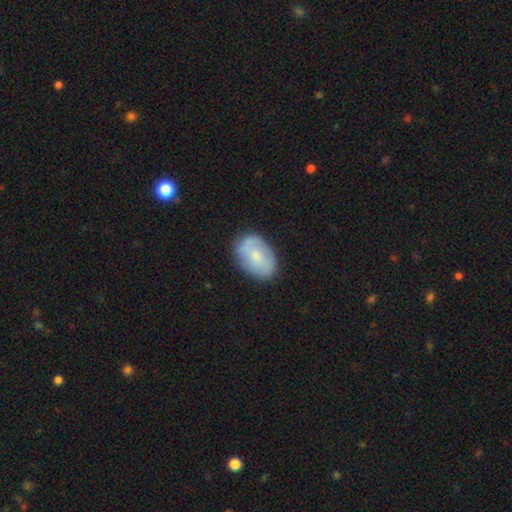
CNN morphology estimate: This is likely a smooth galaxy (62%). How rounded: clearly in between (86%). Merging: likely none (77%).